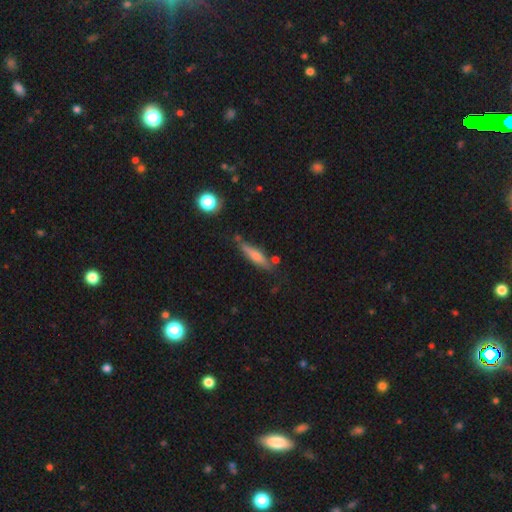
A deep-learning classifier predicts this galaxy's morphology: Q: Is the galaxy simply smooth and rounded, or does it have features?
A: smooth — 58%.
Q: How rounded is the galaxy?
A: cigar-shaped — 81%.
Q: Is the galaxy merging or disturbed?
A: none — 69%.